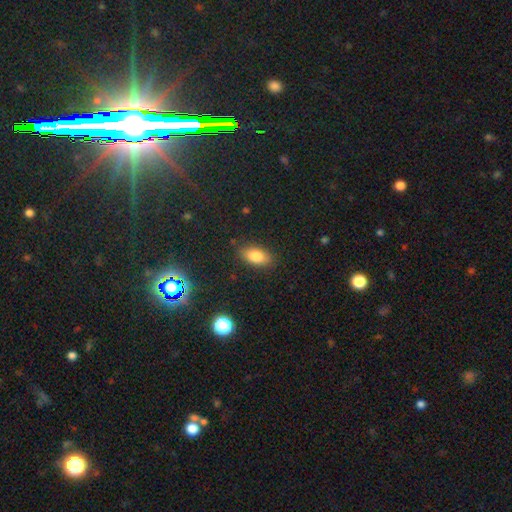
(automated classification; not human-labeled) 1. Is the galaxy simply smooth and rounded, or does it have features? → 80% smooth, 10% star or artifact, 10% featured or disk.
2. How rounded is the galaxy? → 88% in between, 6% round, 6% cigar-shaped.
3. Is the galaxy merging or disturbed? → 86% none, 10% minor disturbance, 3% major disturbance, 1% merger.